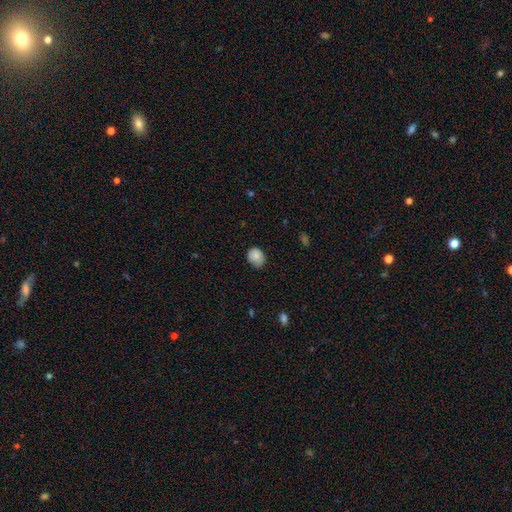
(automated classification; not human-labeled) A smooth galaxy with no disk features (84%) that is round (66%).

Vote fractions:
- Smooth or featured? smooth: 84% / star or artifact: 8% / featured or disk: 8%
- How rounded? round: 66% / in between: 33% / cigar-shaped: 1%
- Merging? none: 67% / minor disturbance: 28% / major disturbance: 4% / merger: 1%